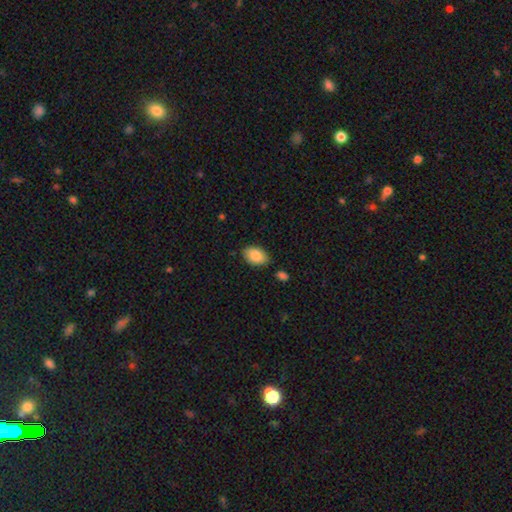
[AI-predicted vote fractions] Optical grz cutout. It shows a smooth galaxy with no disk features (86%) that is in between round and cigar-shaped (91%). Merging: none (82%).